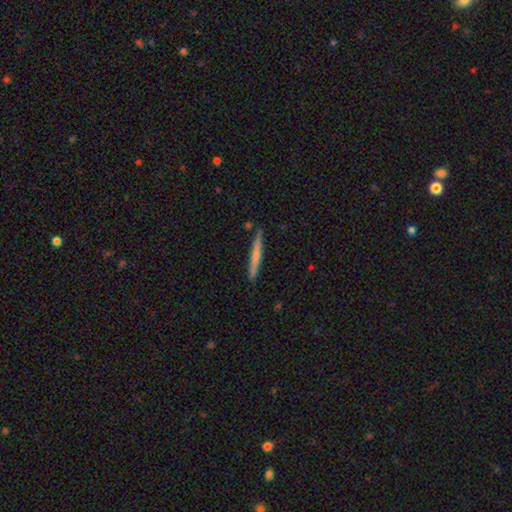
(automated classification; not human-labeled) Smooth or featured?
  - smooth: 57% *
  - featured or disk: 38%
  - star or artifact: 5%
How rounded?
  - cigar-shaped: 96% *
  - in between: 3%
  - round: 1%
Merging?
  - none: 88% *
  - minor disturbance: 8%
  - merger: 2%
  - major disturbance: 1%